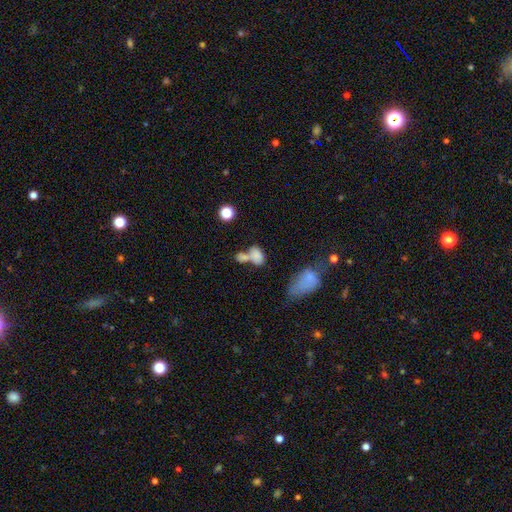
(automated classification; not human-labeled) smooth-or-featured: smooth: 74% | featured or disk: 16% | star or artifact: 10%
  how-rounded: in between: 83% | round: 13% | cigar-shaped: 3%
  merging: merger: 61% | none: 20% | minor disturbance: 10% | major disturbance: 9%